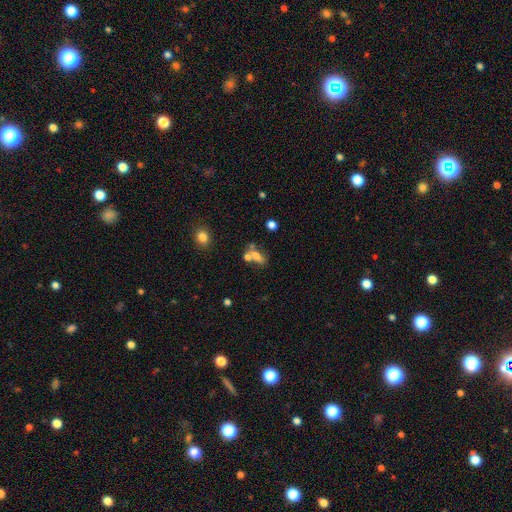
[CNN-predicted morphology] Smooth or featured? Predicted: smooth (p=0.65). How rounded? Predicted: in between (p=0.69). Merging? Predicted: merger (p=0.40, tied with none).